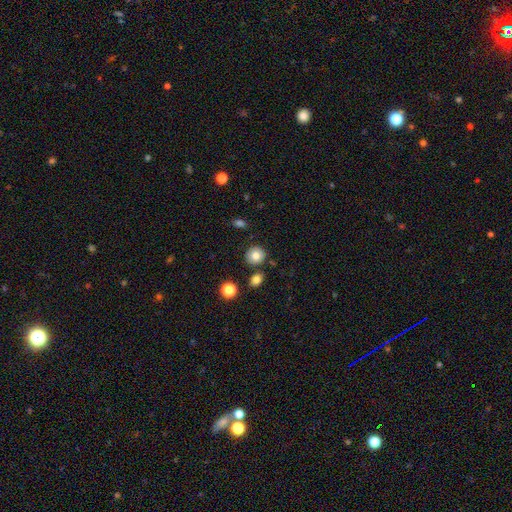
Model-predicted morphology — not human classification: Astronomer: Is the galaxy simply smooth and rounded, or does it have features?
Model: smooth — 80%.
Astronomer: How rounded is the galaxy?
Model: round — 87%.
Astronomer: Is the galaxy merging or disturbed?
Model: none — 82%.